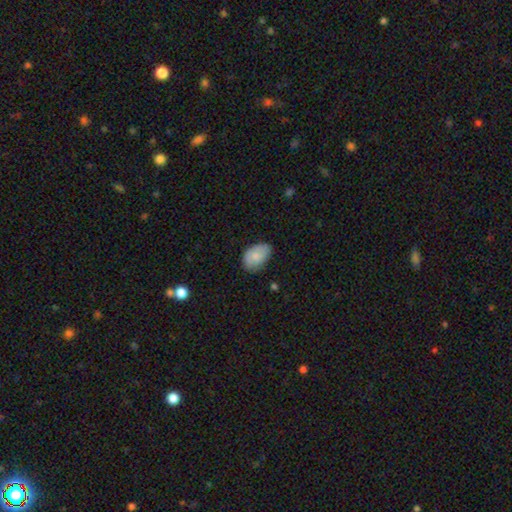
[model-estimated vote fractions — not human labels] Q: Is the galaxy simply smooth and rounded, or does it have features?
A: smooth — 83%.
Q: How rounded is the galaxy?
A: in between — 89%.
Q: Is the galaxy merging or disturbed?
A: none — 71%.